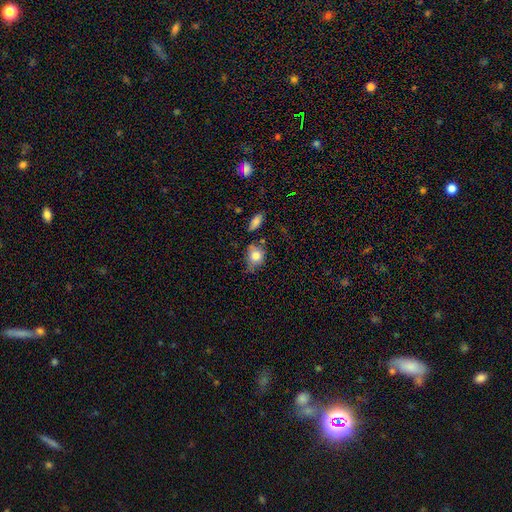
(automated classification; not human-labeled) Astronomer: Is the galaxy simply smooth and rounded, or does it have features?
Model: smooth — 77%.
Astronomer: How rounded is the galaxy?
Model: in between — 54% (runner-up: round, 43%).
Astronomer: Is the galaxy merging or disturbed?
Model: none — 49% (runner-up: minor disturbance, 32%).